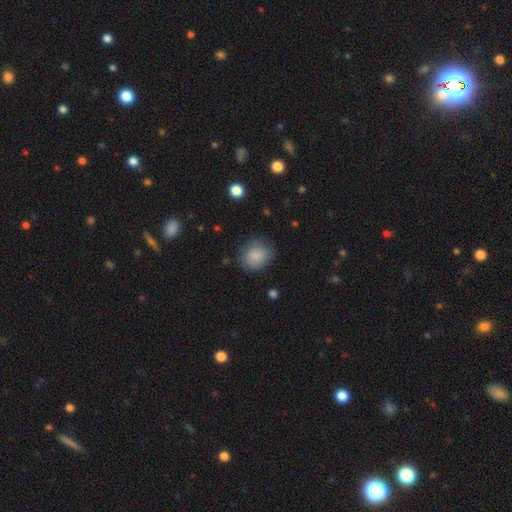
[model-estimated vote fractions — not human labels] A smooth galaxy with no disk features (85%) that is round (66%). Merging: none (79%).